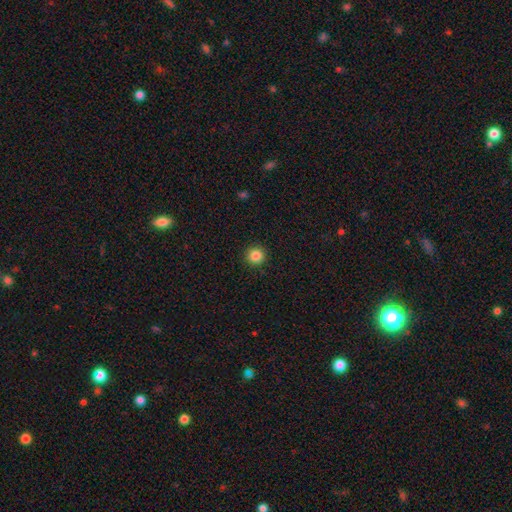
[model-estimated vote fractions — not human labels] This is clearly a smooth galaxy (85%). How rounded: clearly round (95%). Merging: clearly none (92%).